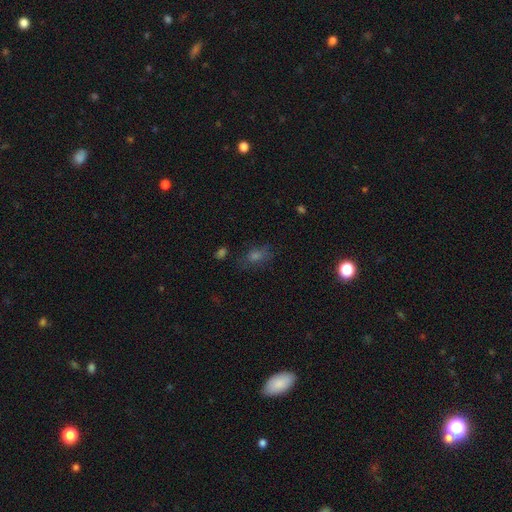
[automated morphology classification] smooth 51%, star or artifact 30%, featured or disk 19%. Down the decision tree: how rounded — in between (70%); merging — none (73%).